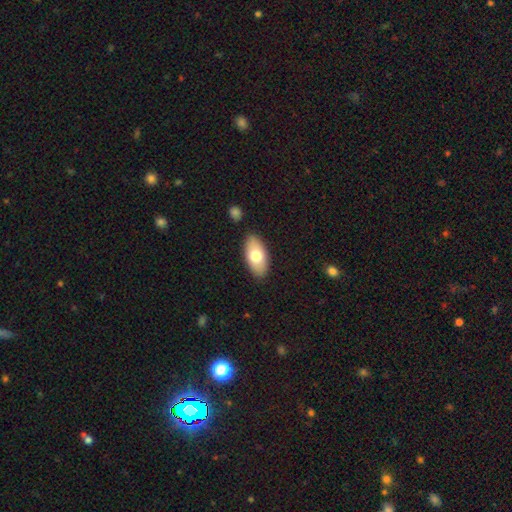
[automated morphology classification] smooth_or_featured: smooth (p=0.72) [alt: featured or disk p=0.22]
how_rounded: in between (p=0.92) [alt: cigar-shaped p=0.05]
merging: none (p=0.86) [alt: minor disturbance p=0.10]